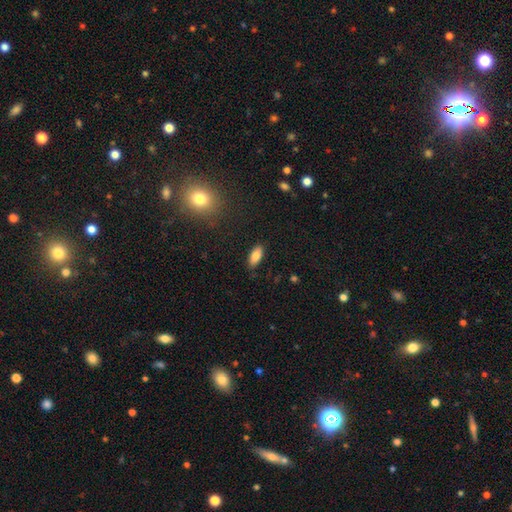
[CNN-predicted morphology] smooth-or-featured: smooth: 84% | featured or disk: 8% | star or artifact: 8%
  how-rounded: in between: 85% | cigar-shaped: 13% | round: 2%
  merging: none: 85% | minor disturbance: 11% | major disturbance: 2% | merger: 1%